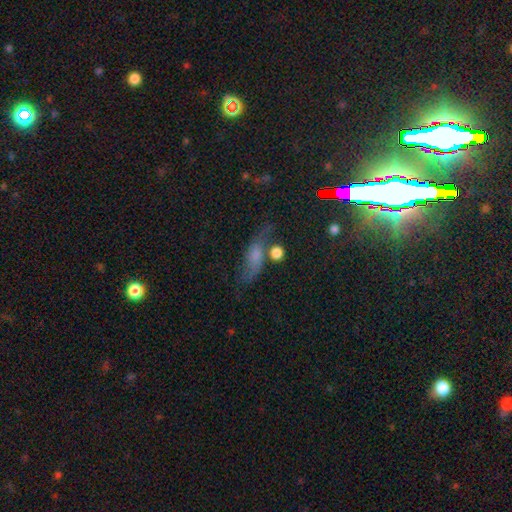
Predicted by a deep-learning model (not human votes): Overall: smooth (39%; featured or disk 38%). Merging: none (50%; minor disturbance 23%).